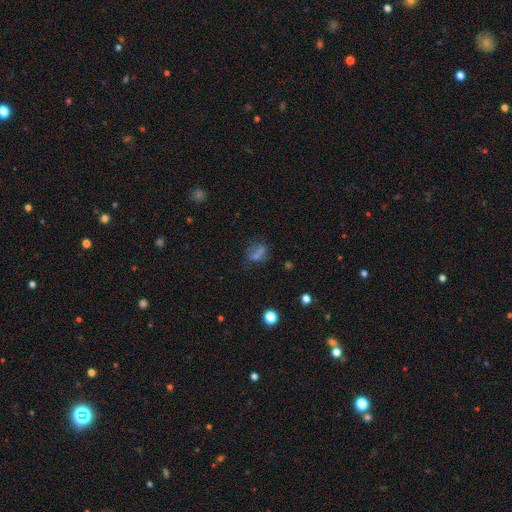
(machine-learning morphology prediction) A smooth galaxy with no disk features (47%).

Vote fractions:
- Smooth or featured? smooth: 47% / star or artifact: 30% / featured or disk: 23%
- Merging? none: 51% / merger: 23% / minor disturbance: 15% / major disturbance: 11%